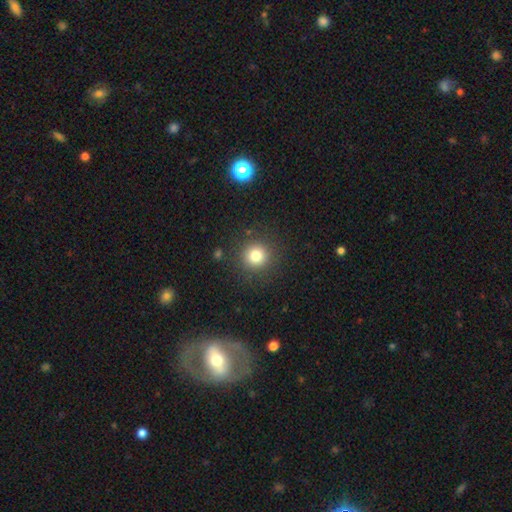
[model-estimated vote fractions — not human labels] Q: Smooth or featured?
A: smooth (80%); runner-up: star or artifact (13%)
Q: How rounded?
A: round (94%); runner-up: in between (5%)
Q: Merging?
A: none (89%); runner-up: minor disturbance (7%)